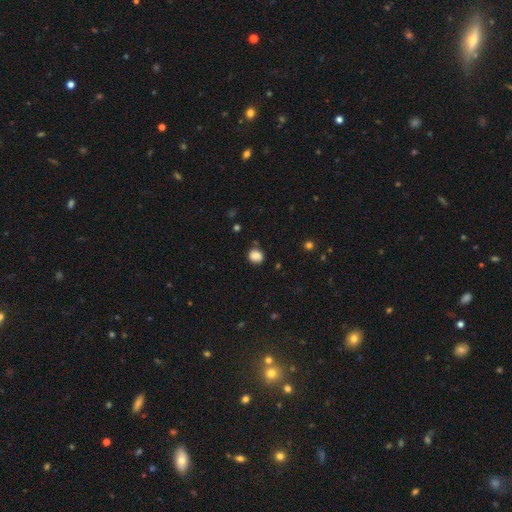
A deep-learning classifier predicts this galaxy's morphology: Smooth or featured?
  - smooth: 85% *
  - star or artifact: 10%
  - featured or disk: 4%
How rounded?
  - round: 71% *
  - in between: 28%
  - cigar-shaped: 1%
Merging?
  - none: 76% *
  - minor disturbance: 16%
  - major disturbance: 4%
  - merger: 3%